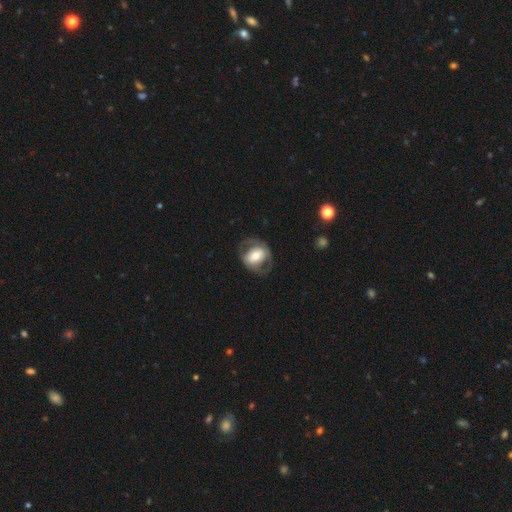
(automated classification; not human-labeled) This is possibly a featured or disk galaxy (53%). It is clearly not viewed edge-on (94%). Merging: likely none (67%).